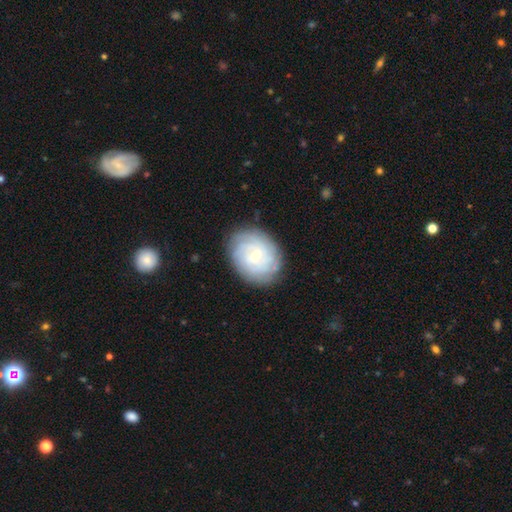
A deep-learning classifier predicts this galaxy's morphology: Q: Smooth or featured?
A: featured or disk (67%); runner-up: smooth (26%)
Q: Edge-on disk?
A: no (97%); runner-up: yes (3%)
Q: Bar?
A: no (56%); runner-up: weak (37%)
Q: Spiral arms?
A: yes (82%); runner-up: no (18%)
Q: Spiral winding?
A: tight (75%); runner-up: medium (18%)
Q: Spiral arm count?
A: can't tell (56%); runner-up: 2 (14%)
Q: Bulge size?
A: moderate (49%); runner-up: small (48%)
Q: Merging?
A: none (81%); runner-up: minor disturbance (14%)